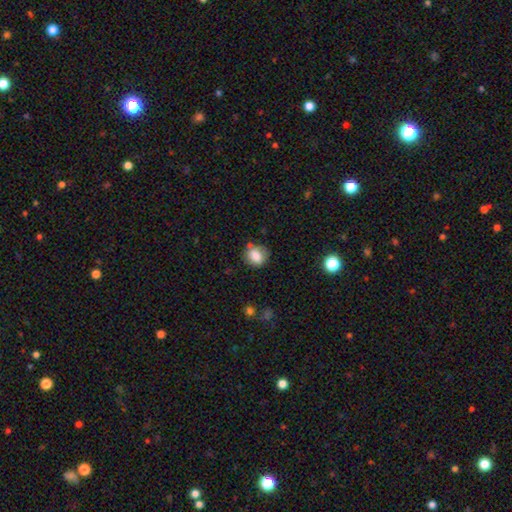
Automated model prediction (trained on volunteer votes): The model was most divided on "how rounded": round: 72%, in between: 27%, cigar-shaped: 1%. More confident: smooth or featured — smooth (80%); merging — none (71%).